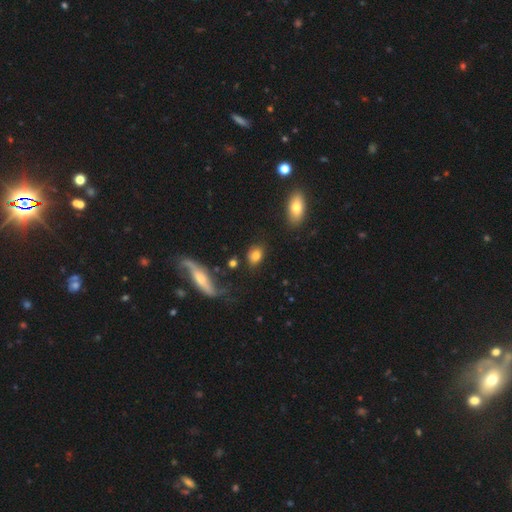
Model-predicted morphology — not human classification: smooth 78%, featured or disk 13%, star or artifact 9%. Down the decision tree: how rounded — in between (66%); merging — none (76%).